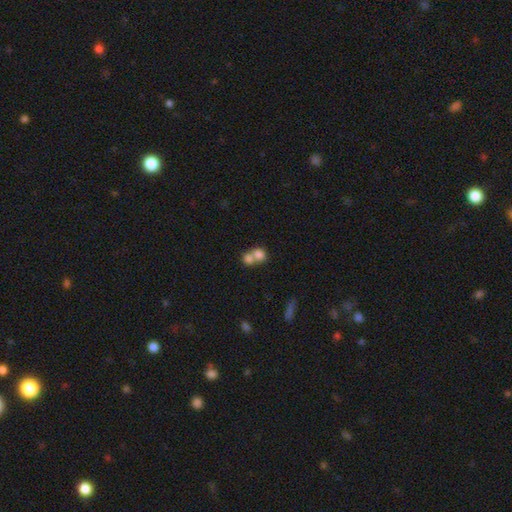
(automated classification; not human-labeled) Smooth or featured? smooth (77%)
How rounded? round (66%)
Merging? merger (66%)